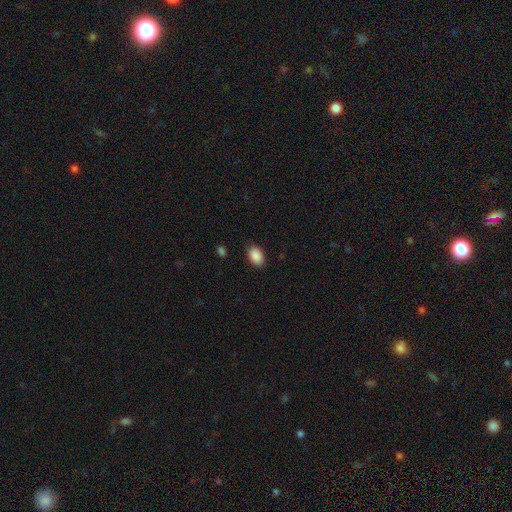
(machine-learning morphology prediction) Overall: smooth (90%). How rounded: in between (87%). Merging: none (86%).